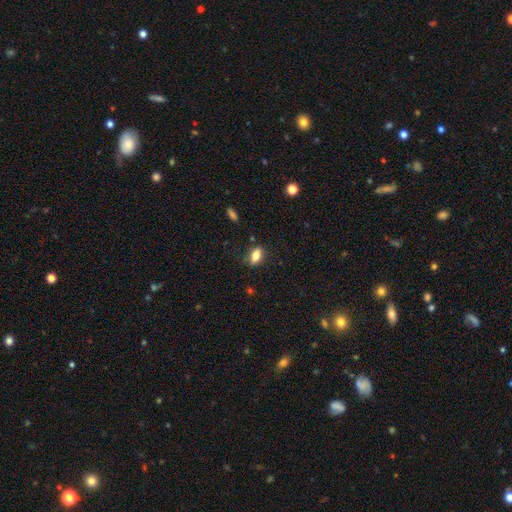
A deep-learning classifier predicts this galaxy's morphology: smooth_or_featured: smooth (p=0.80) [alt: featured or disk p=0.11]
how_rounded: in between (p=0.83) [alt: cigar-shaped p=0.09]
merging: none (p=0.81) [alt: minor disturbance p=0.14]